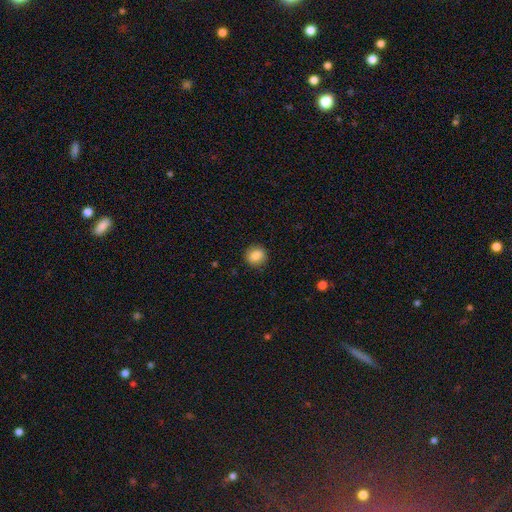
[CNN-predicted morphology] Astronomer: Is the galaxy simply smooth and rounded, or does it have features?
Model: smooth — 86%.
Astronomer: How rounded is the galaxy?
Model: round — 79%.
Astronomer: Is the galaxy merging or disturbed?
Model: none — 89%.